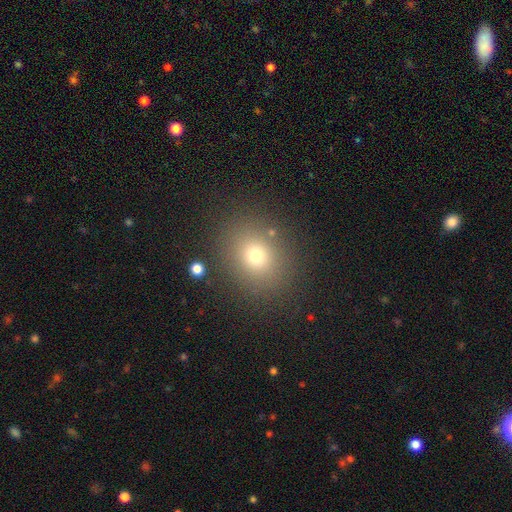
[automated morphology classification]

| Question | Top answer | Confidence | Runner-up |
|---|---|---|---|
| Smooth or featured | smooth | 71% | star or artifact (18%) |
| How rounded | round | 71% | in between (28%) |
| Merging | none | 85% | minor disturbance (8%) |